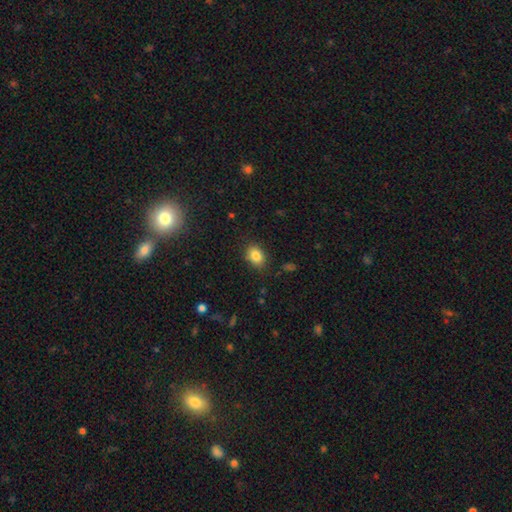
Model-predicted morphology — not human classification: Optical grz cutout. It shows a smooth galaxy with no disk features (84%) that is in between round and cigar-shaped (71%). Merging: none (85%).